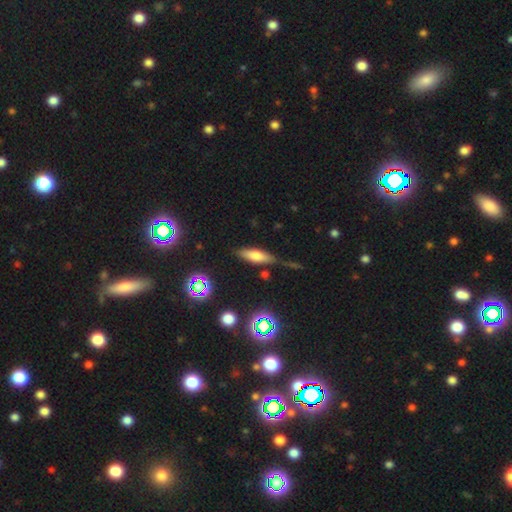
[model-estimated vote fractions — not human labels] Morphology: type=smooth (61%); roundness=cigar-shaped (50%); merging=none (63%).